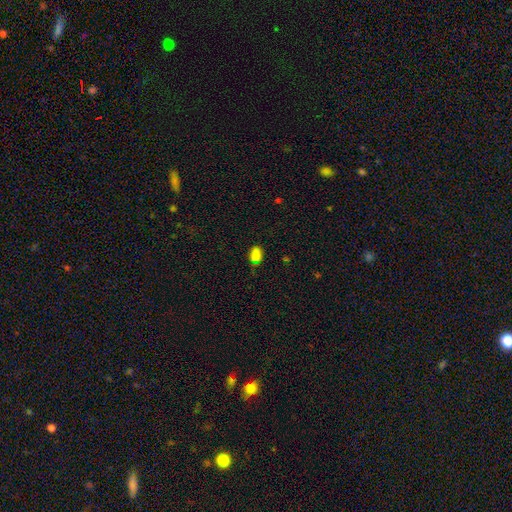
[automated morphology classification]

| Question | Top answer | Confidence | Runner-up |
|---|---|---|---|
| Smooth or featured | smooth | 78% | star or artifact (16%) |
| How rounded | in between | 82% | round (16%) |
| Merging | none | 66% | minor disturbance (24%) |